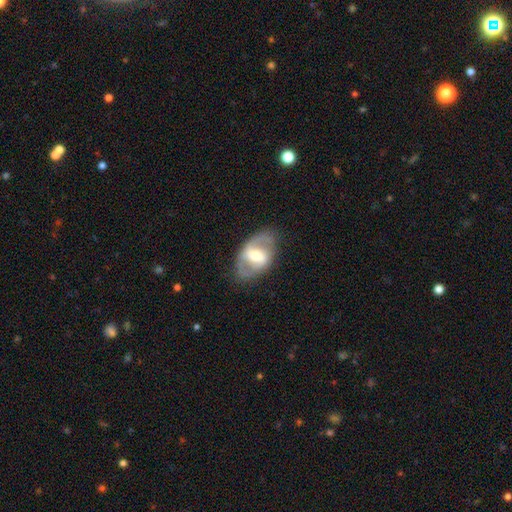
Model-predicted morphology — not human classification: This appears to be a featured or disk galaxy (70%) with a weak bar (41%), spiral arms (66%) and a moderate central bulge (61%). Merging: none (77%).